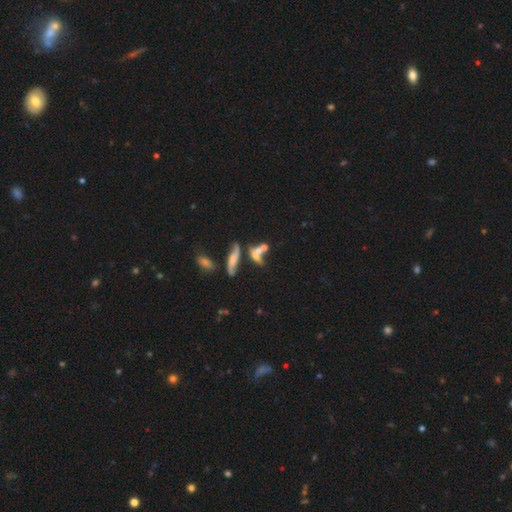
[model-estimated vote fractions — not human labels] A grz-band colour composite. It shows a smooth galaxy with no disk features (47%). Merging: merger (46%).